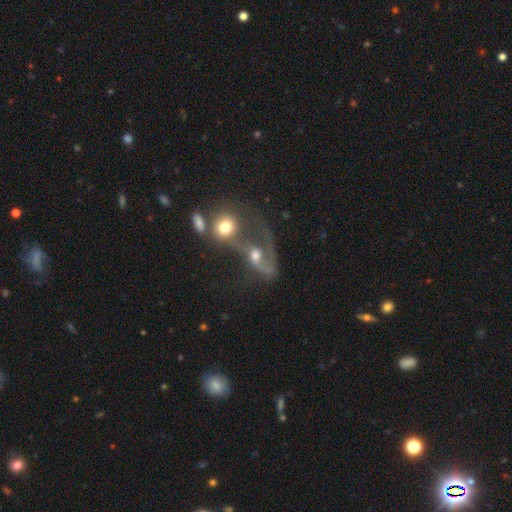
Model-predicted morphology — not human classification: featured or disk 58%, smooth 31%, star or artifact 11%. Down the decision tree: edge-on disk — no (95%); bar — no (70%); spiral arms — yes (66%); bulge size — moderate (64%); merging — merger (52%).